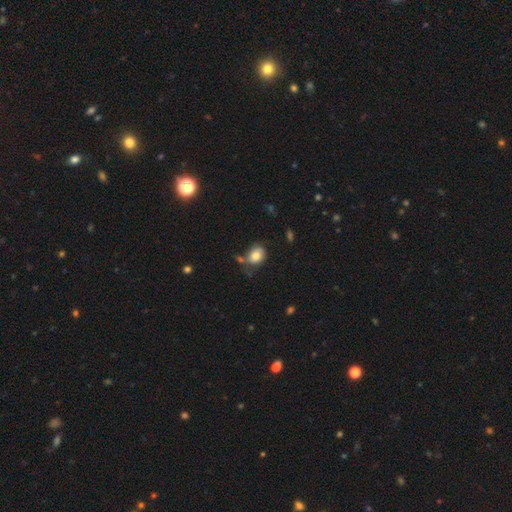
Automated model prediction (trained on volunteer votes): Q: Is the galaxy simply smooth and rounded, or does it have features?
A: smooth — 81%.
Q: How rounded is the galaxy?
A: in between — 53%.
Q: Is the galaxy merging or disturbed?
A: none — 55%.